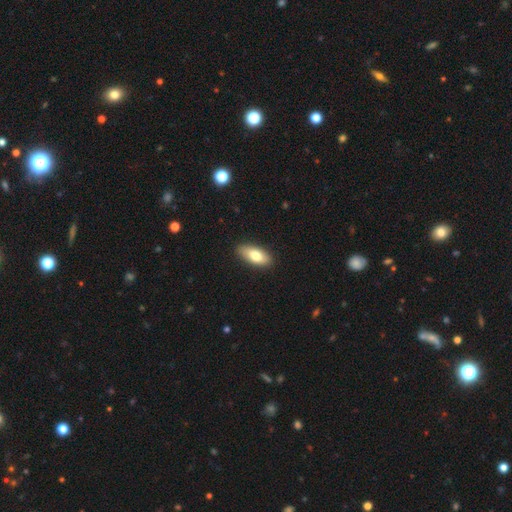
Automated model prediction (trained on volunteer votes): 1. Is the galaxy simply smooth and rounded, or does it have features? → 78% smooth, 16% featured or disk, 6% star or artifact.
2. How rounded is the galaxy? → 85% in between, 12% cigar-shaped, 3% round.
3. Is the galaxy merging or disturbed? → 88% none, 9% minor disturbance, 2% major disturbance, 1% merger.